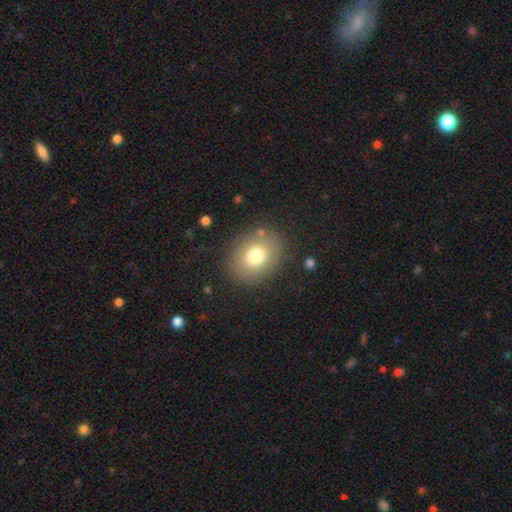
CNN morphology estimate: smooth 76%, featured or disk 13%, star or artifact 11%. Down the decision tree: how rounded — round (52%); merging — none (83%).